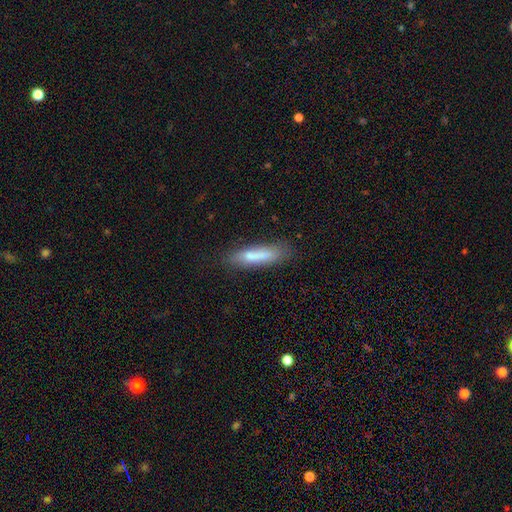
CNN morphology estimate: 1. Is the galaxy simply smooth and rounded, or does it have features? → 70% smooth, 22% featured or disk, 8% star or artifact.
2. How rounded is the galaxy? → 73% cigar-shaped, 26% in between, 2% round.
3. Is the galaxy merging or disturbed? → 69% none, 18% minor disturbance, 7% merger, 6% major disturbance.